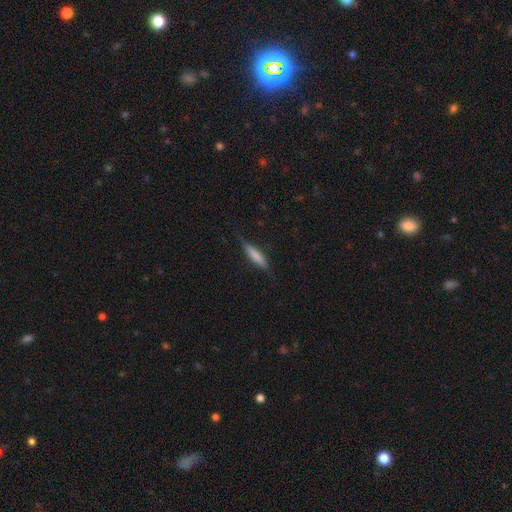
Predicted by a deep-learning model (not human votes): A smooth galaxy with no disk features (68%) that is cigar-shaped (82%). Merging: none (77%).